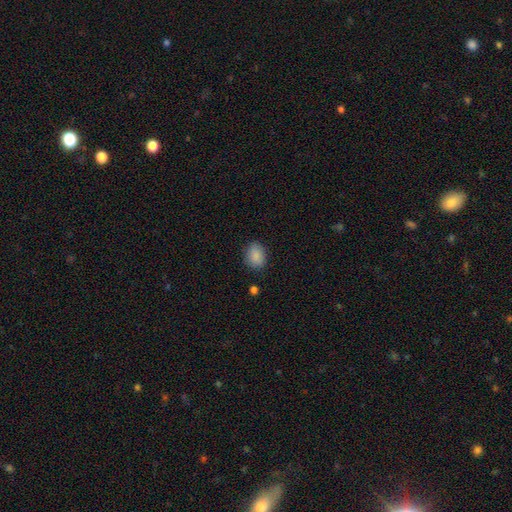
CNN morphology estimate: type=smooth (88%); roundness=in between (67%); merging=none (82%).